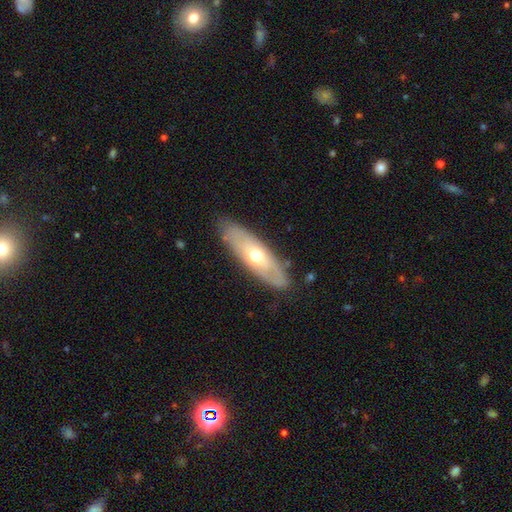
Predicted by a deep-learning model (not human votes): Smooth or featured? featured or disk (49%)
Merging? none (83%)